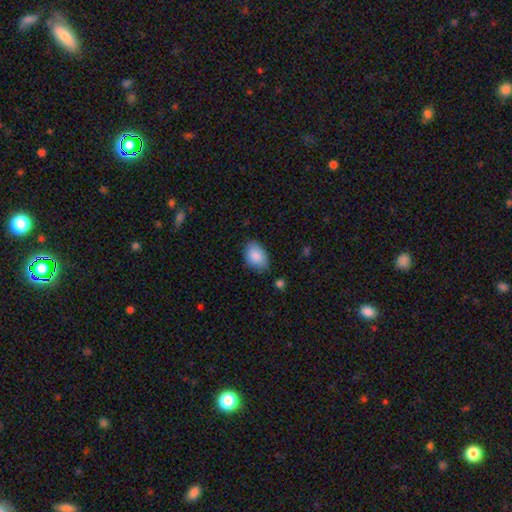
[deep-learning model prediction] Smooth or featured: smooth — 88% (star or artifact — 7%)
How rounded: in between — 85% (round — 14%)
Merging: none — 76% (minor disturbance — 18%)